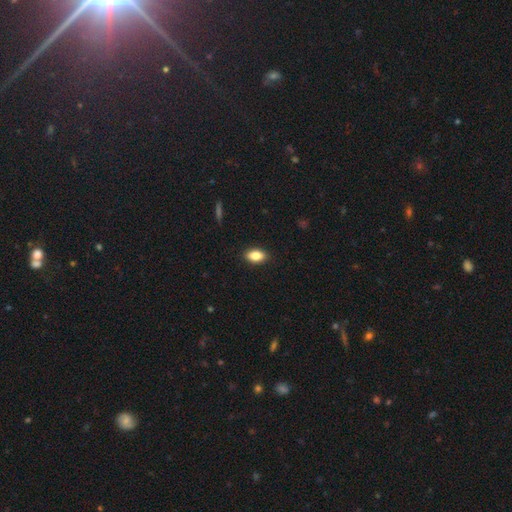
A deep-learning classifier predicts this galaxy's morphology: A smooth galaxy with no disk features (84%) that is in between round and cigar-shaped (88%). Merging: none (89%).